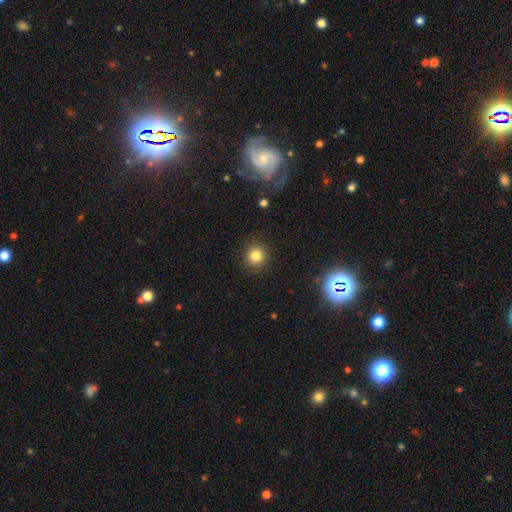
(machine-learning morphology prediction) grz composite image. It shows a smooth galaxy with no disk features (83%) that is round (92%). Merging: none (90%).